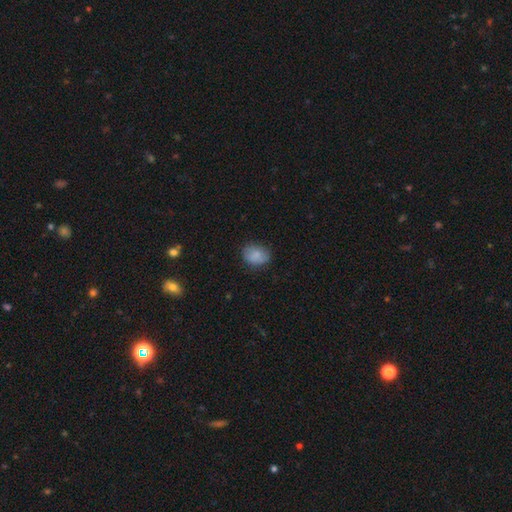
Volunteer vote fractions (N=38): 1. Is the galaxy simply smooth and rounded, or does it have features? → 89% smooth, 8% star or artifact, 3% featured or disk.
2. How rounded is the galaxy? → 50% round (tied), 50% in between (tied), 0% cigar-shaped.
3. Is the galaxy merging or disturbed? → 83% none, 14% minor disturbance, 3% major disturbance, 0% merger.